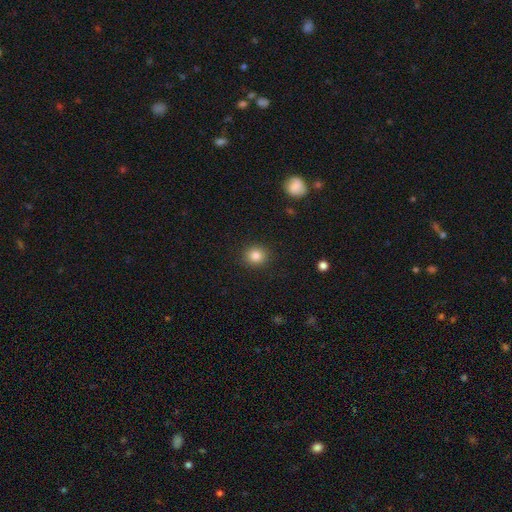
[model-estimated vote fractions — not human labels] Smooth or featured? Predicted: smooth (p=0.84). How rounded? Predicted: round (p=0.85). Merging? Predicted: none (p=0.91).